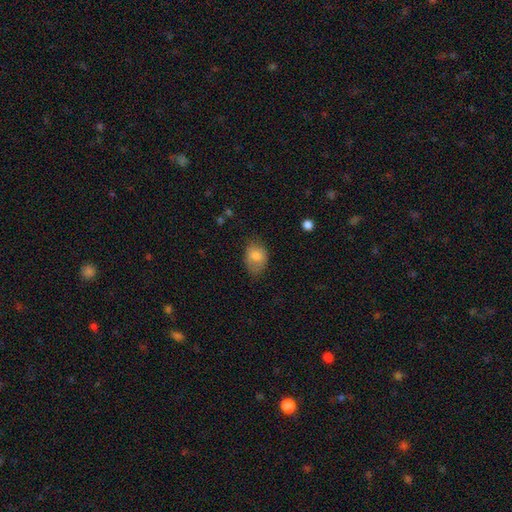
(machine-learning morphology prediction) Smooth or featured? Predicted: smooth (p=0.79). How rounded? Predicted: in between (p=0.73). Merging? Predicted: none (p=0.55).